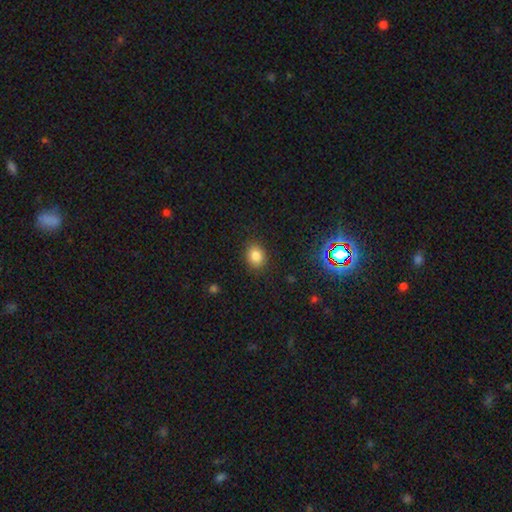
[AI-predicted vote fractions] smooth_or_featured: smooth (p=0.83) [alt: star or artifact p=0.11]
how_rounded: round (p=0.50) [alt: in between p=0.49]
merging: none (p=0.87) [alt: minor disturbance p=0.09]